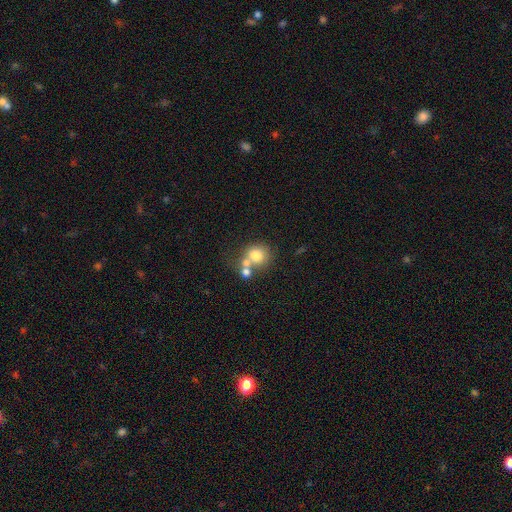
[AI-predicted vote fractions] This is likely a smooth galaxy (72%). How rounded: likely round (80%). Merging: possibly merger (45%).